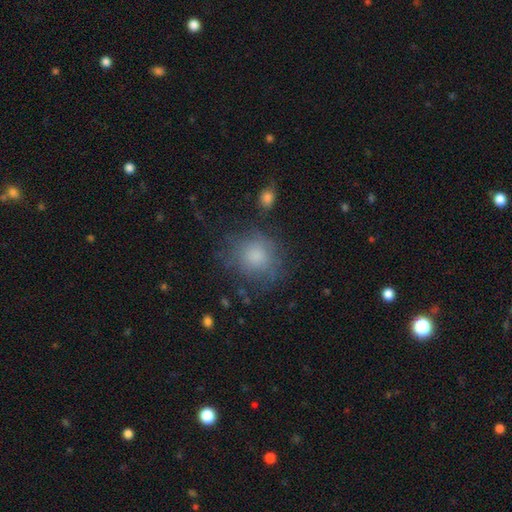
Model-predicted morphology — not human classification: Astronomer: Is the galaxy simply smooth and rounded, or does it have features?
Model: smooth — 77%.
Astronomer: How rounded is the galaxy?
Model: round — 82%.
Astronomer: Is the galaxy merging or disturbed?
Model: none — 66%.